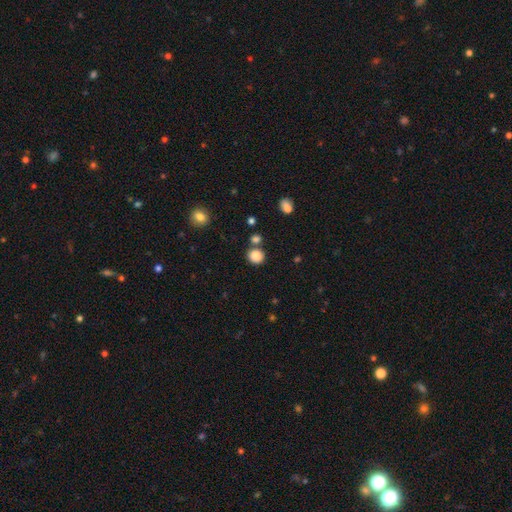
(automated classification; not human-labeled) Q: Smooth or featured?
A: smooth (85%); runner-up: star or artifact (11%)
Q: How rounded?
A: round (87%); runner-up: in between (12%)
Q: Merging?
A: none (73%); runner-up: merger (15%)